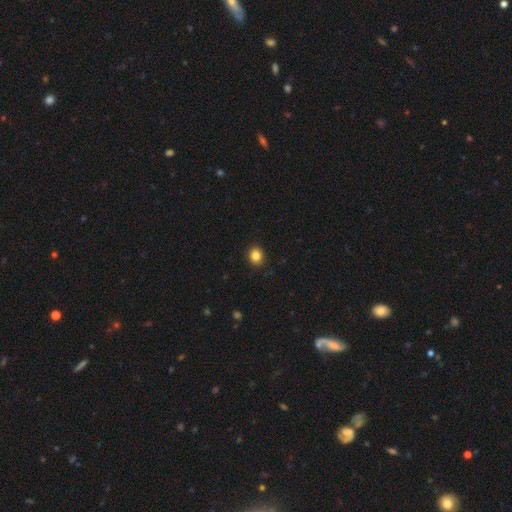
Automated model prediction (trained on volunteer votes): Smooth or featured: smooth — 84% (star or artifact — 11%)
How rounded: round — 78% (in between — 21%)
Merging: none — 91% (minor disturbance — 6%)